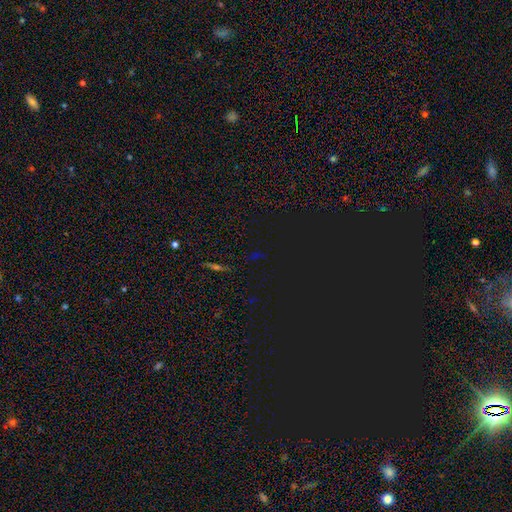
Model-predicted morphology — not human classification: This is likely a star or artifact rather than a galaxy (75%).